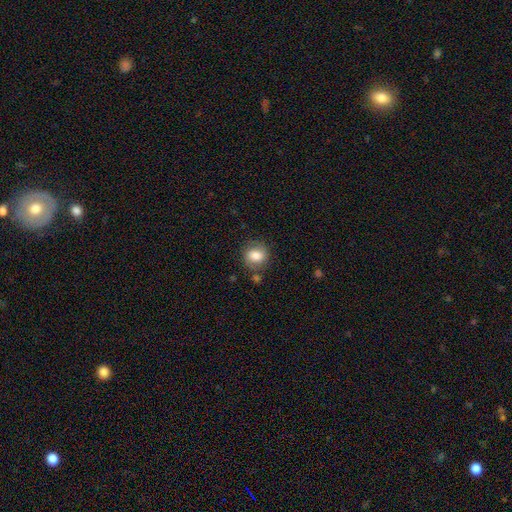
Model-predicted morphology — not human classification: smooth 79%, featured or disk 12%, star or artifact 9%. Down the decision tree: how rounded — round (73%); merging — none (73%).